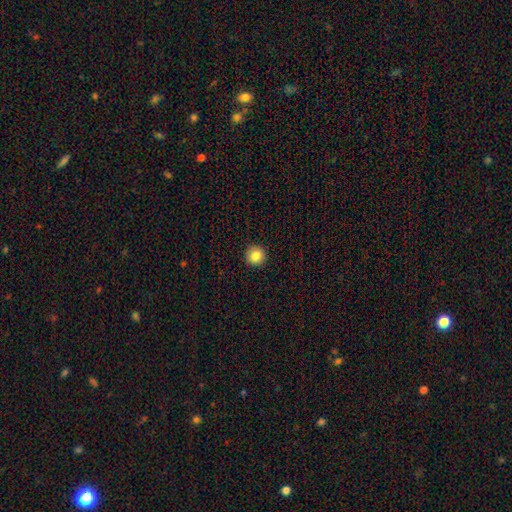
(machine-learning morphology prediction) smooth-or-featured: smooth: 85% | star or artifact: 9% | featured or disk: 5%
  how-rounded: round: 93% | in between: 6% | cigar-shaped: 1%
  merging: none: 92% | minor disturbance: 5% | major disturbance: 2% | merger: 1%